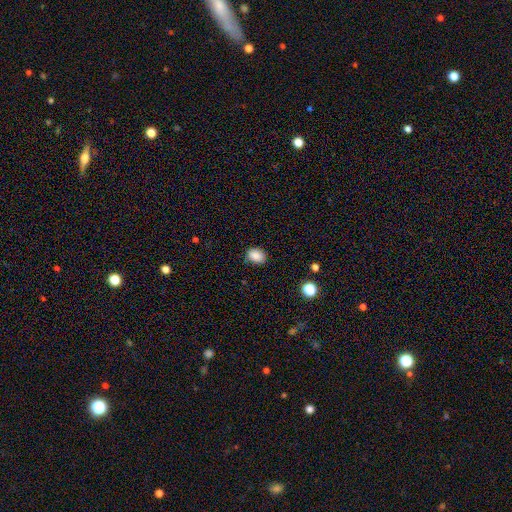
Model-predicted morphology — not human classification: smooth-or-featured: smooth: 87% | star or artifact: 9% | featured or disk: 4%
  how-rounded: in between: 66% | round: 33% | cigar-shaped: 1%
  merging: none: 80% | minor disturbance: 15% | major disturbance: 3% | merger: 2%